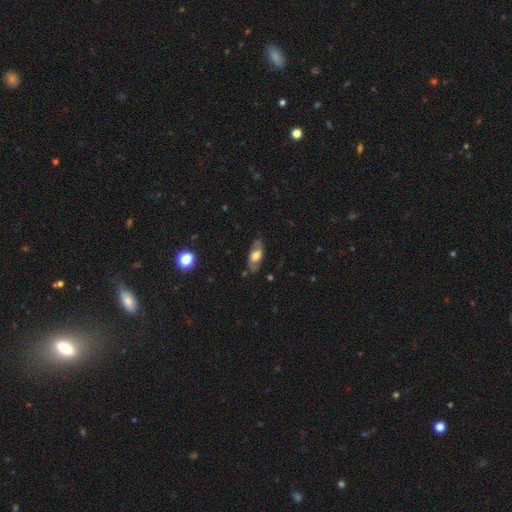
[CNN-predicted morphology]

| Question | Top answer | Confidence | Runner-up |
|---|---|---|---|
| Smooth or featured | featured or disk | 50% | smooth (43%) |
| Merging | none | 76% | minor disturbance (17%) |